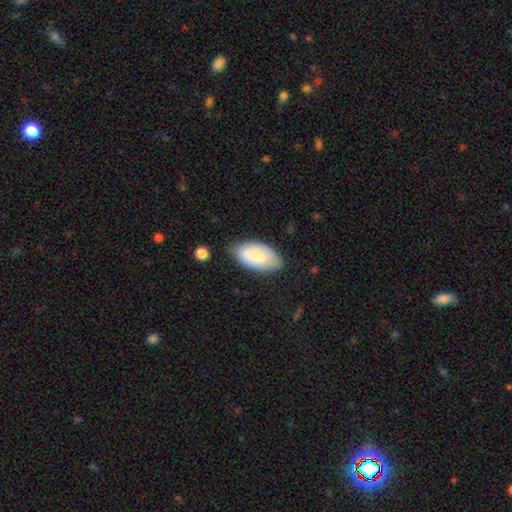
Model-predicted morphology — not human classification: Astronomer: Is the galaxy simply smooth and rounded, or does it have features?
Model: smooth — 72%.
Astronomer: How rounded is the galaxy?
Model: in between — 95%.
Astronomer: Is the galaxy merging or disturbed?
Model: none — 70%.